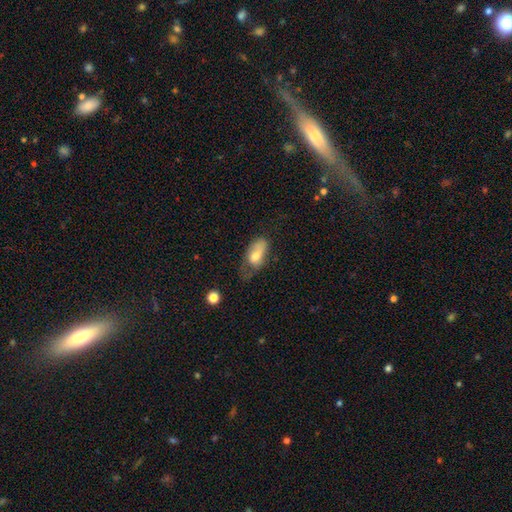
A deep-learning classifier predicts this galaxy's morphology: Smooth or featured? smooth (67%)
How rounded? in between (89%)
Merging? minor disturbance (34%, tied with major disturbance)